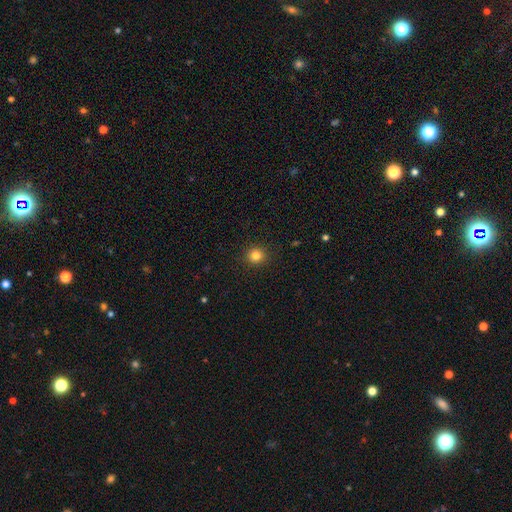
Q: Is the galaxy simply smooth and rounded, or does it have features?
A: smooth — 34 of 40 (85%).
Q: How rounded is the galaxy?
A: round — 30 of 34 (88%).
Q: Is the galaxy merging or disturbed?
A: none — 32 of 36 (89%).